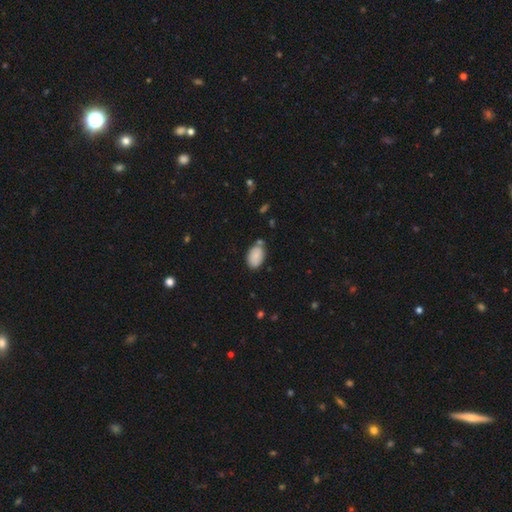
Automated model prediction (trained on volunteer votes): Morphology: type=smooth (86%); roundness=in between (92%); merging=none (65%).